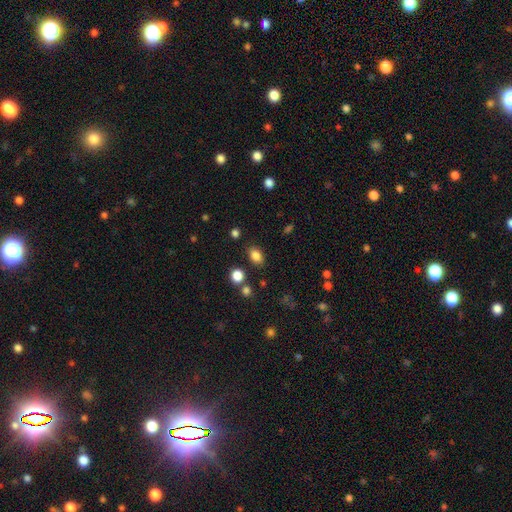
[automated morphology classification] Smooth or featured?
  - smooth: 84% *
  - star or artifact: 11%
  - featured or disk: 5%
How rounded?
  - in between: 78% *
  - round: 20%
  - cigar-shaped: 1%
Merging?
  - none: 83% *
  - minor disturbance: 10%
  - merger: 4%
  - major disturbance: 3%